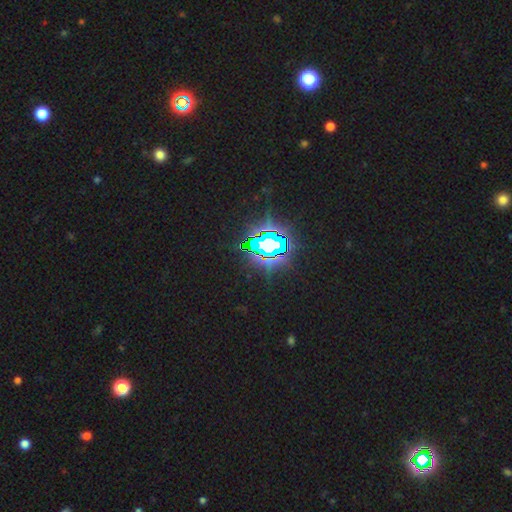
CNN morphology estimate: A star or artifact, not a galaxy (78%).